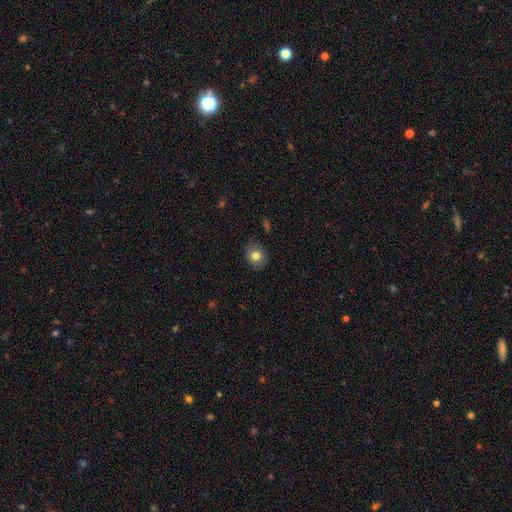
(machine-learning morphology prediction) Smooth or featured: smooth — 79% (star or artifact — 11%)
How rounded: round — 66% (in between — 33%)
Merging: none — 82% (minor disturbance — 14%)